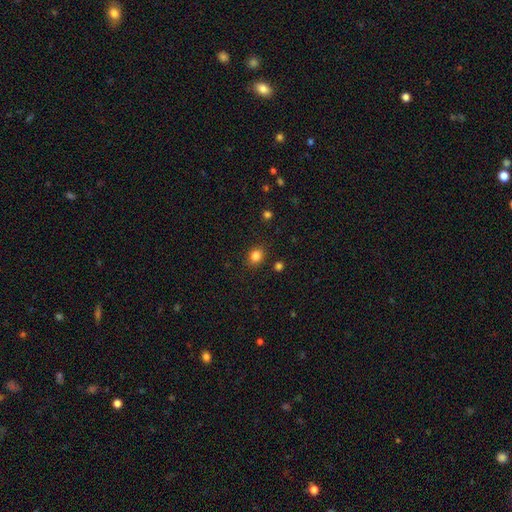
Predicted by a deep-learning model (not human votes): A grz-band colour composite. It shows a smooth galaxy with no disk features (83%) that is round (61%). Merging: none (85%).